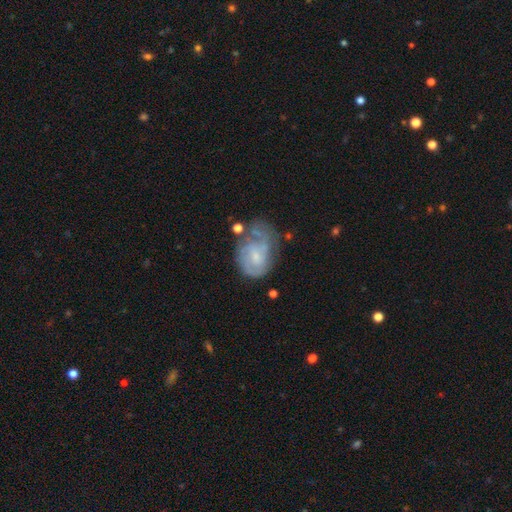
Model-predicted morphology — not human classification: This is likely a featured or disk galaxy (70%). It is clearly not viewed edge-on (98%). Bar: likely no (60%). Spiral arm pattern: clearly yes (82%). Spiral arm count: marginally can't tell (37%). Spiral winding: possibly tight (46%). Central bulge: possibly small (55%). Merging: marginally none (40%).